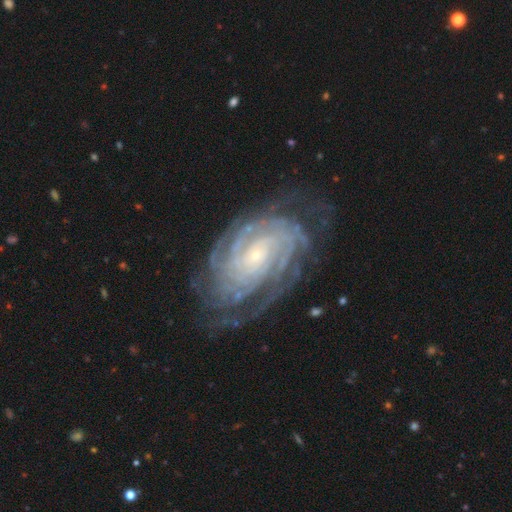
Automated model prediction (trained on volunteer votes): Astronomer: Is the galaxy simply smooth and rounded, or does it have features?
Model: featured or disk — 90%.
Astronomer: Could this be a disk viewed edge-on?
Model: no — 96%.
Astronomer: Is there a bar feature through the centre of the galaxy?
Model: no — 67%.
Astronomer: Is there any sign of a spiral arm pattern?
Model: yes — 98%.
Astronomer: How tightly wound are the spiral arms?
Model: tight — 82%.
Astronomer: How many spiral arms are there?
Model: can't tell — 24% (runner-up: more than 4, 23%).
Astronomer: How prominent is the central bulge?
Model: small — 82%.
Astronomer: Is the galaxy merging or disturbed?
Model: none — 74%.